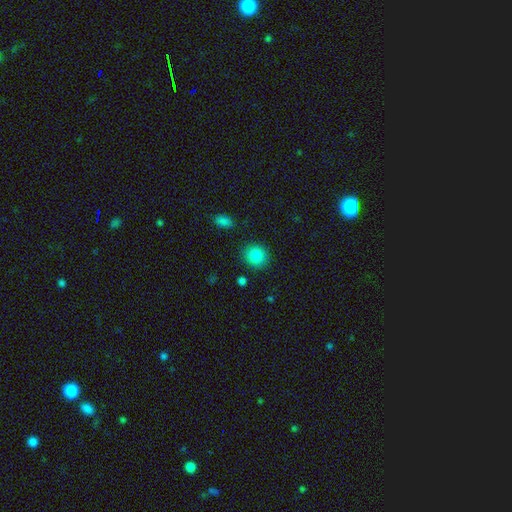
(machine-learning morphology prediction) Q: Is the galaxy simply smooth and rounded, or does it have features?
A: smooth — 86%.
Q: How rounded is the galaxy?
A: round — 86%.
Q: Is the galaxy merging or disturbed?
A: none — 89%.